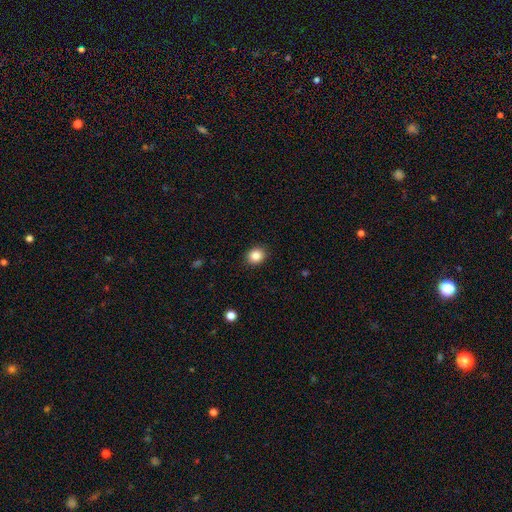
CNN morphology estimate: Smooth or featured?
  - smooth: 85% *
  - star or artifact: 10%
  - featured or disk: 5%
How rounded?
  - round: 72% *
  - in between: 27%
  - cigar-shaped: 1%
Merging?
  - none: 90% *
  - minor disturbance: 7%
  - major disturbance: 2%
  - merger: 1%